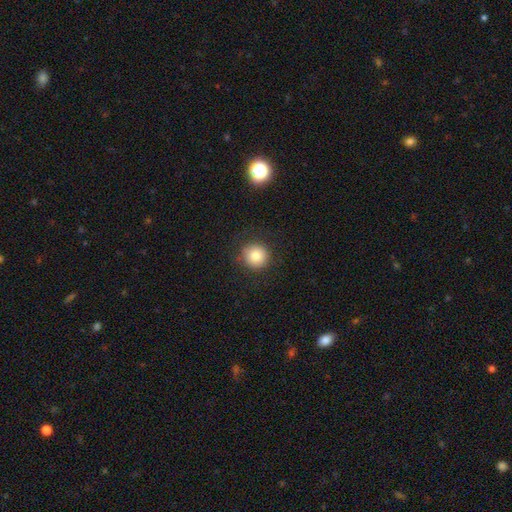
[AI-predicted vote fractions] Smooth or featured?
  - smooth: 82% *
  - star or artifact: 10%
  - featured or disk: 7%
How rounded?
  - round: 94% *
  - in between: 5%
  - cigar-shaped: 1%
Merging?
  - none: 87% *
  - minor disturbance: 8%
  - major disturbance: 3%
  - merger: 1%